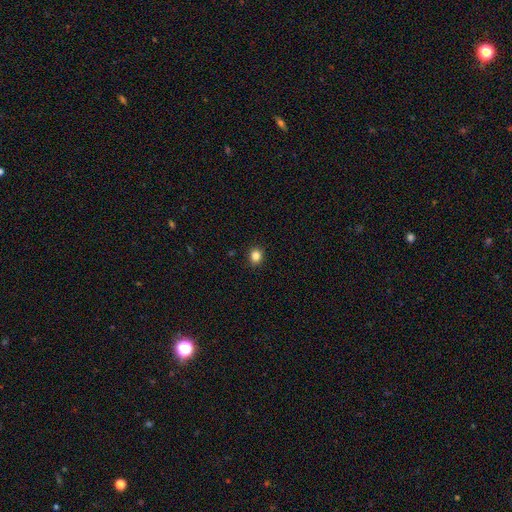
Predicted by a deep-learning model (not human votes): This appears to be a smooth galaxy with no disk features (84%) that is round (76%). Merging: none (91%).